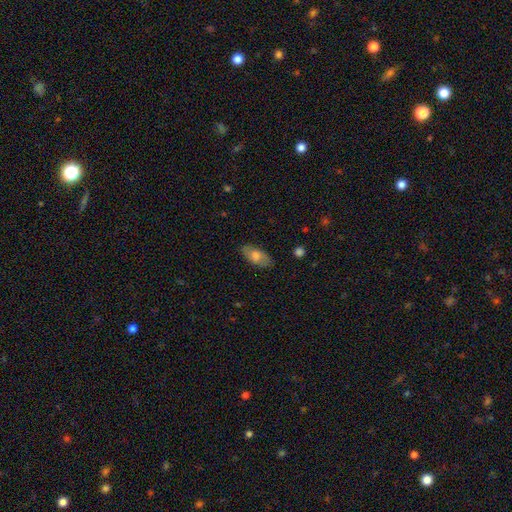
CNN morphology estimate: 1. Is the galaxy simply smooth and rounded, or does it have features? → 70% smooth, 23% featured or disk, 7% star or artifact.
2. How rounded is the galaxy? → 91% in between, 6% cigar-shaped, 3% round.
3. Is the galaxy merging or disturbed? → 82% none, 13% minor disturbance, 3% major disturbance, 1% merger.